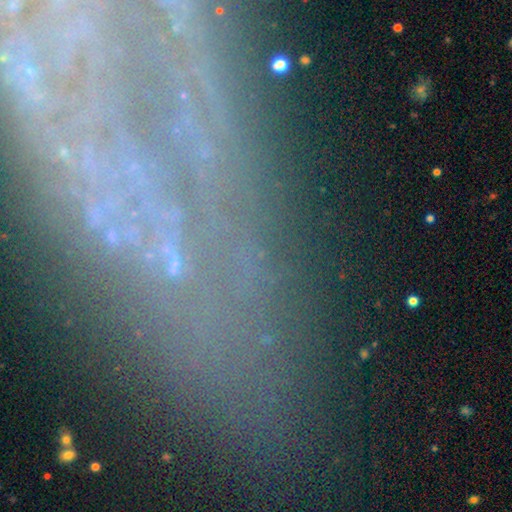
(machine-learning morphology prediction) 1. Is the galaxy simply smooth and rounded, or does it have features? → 44% star or artifact, 38% featured or disk, 18% smooth.